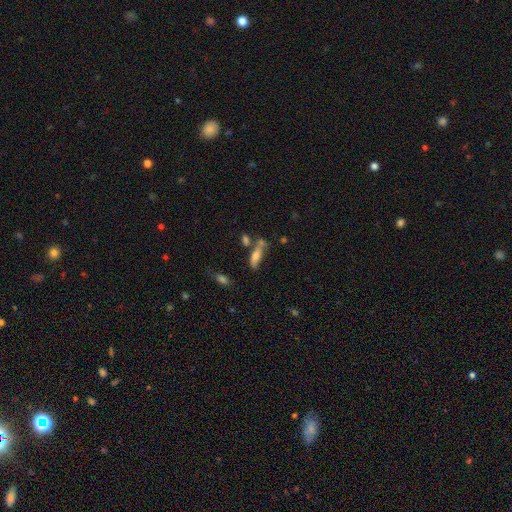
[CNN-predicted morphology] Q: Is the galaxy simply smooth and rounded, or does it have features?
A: smooth — 68%.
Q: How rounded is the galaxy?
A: in between — 57%.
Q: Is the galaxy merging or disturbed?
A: none — 41%.